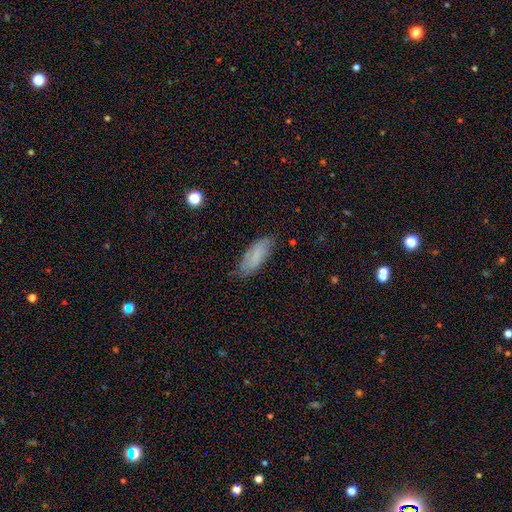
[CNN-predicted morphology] The model was most divided on "how rounded": in between: 72%, cigar-shaped: 26%, round: 2%. More confident: smooth or featured — smooth (73%); merging — none (72%).